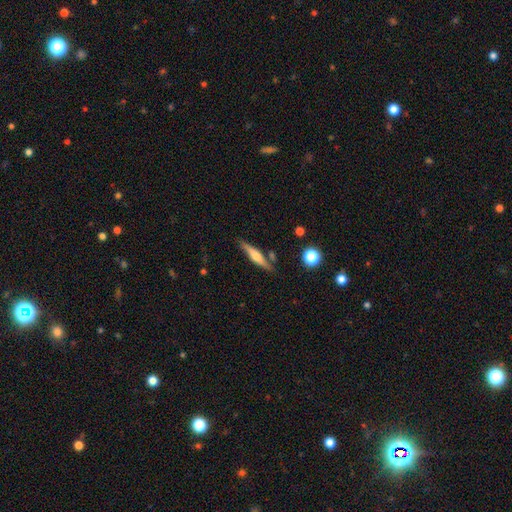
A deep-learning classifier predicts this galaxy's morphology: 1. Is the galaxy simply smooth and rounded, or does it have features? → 51% featured or disk, 42% smooth, 7% star or artifact.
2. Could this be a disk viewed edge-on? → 93% yes, 7% no.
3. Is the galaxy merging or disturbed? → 78% none, 13% minor disturbance, 6% merger, 3% major disturbance.